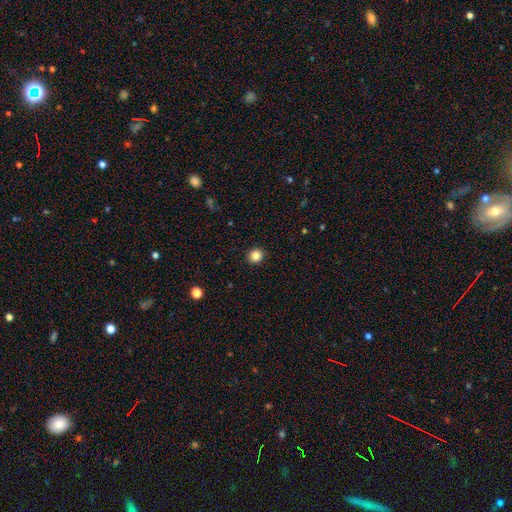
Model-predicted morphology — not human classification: smooth_or_featured: smooth (p=0.84) [alt: star or artifact p=0.12]
how_rounded: round (p=0.91) [alt: in between p=0.09]
merging: none (p=0.93) [alt: minor disturbance p=0.05]